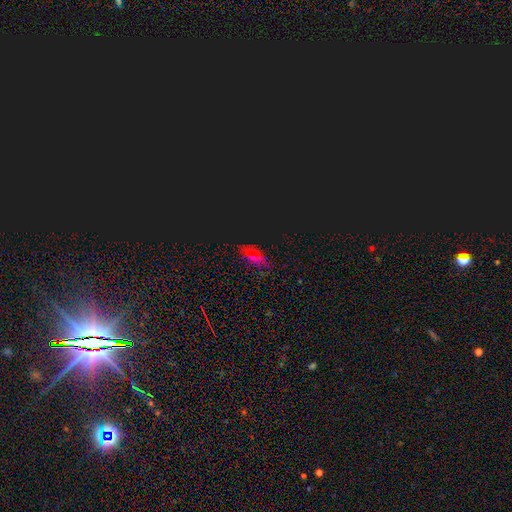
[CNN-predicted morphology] star or artifact 50%, smooth 36%, featured or disk 14%.